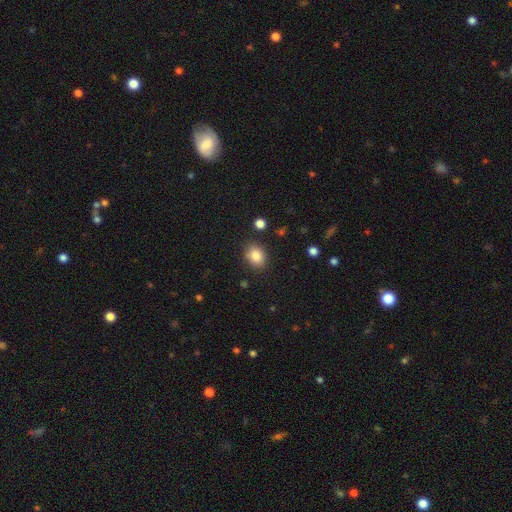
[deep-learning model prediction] Smooth or featured? smooth (85%)
How rounded? in between (53%)
Merging? none (84%)